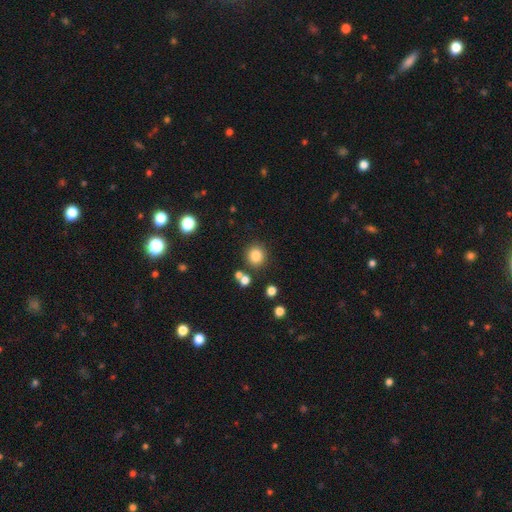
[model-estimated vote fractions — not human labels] Q: Smooth or featured?
A: smooth (82%); runner-up: star or artifact (12%)
Q: How rounded?
A: round (90%); runner-up: in between (9%)
Q: Merging?
A: none (84%); runner-up: minor disturbance (7%)